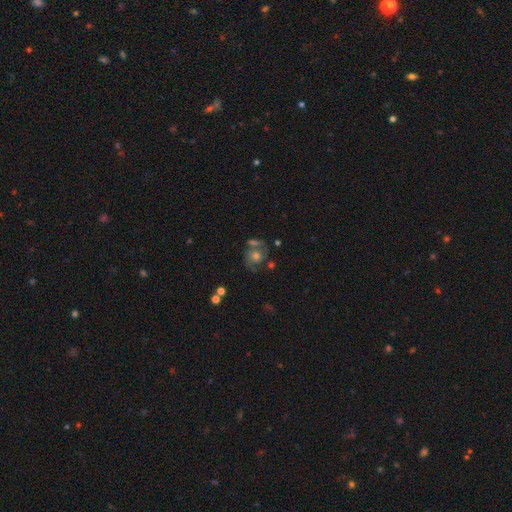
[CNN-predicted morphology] featured or disk 60%, smooth 27%, star or artifact 14%. Down the decision tree: edge-on disk — no (97%); bar — no (76%); spiral arms — yes (77%); bulge size — moderate (60%); merging — none (53%).